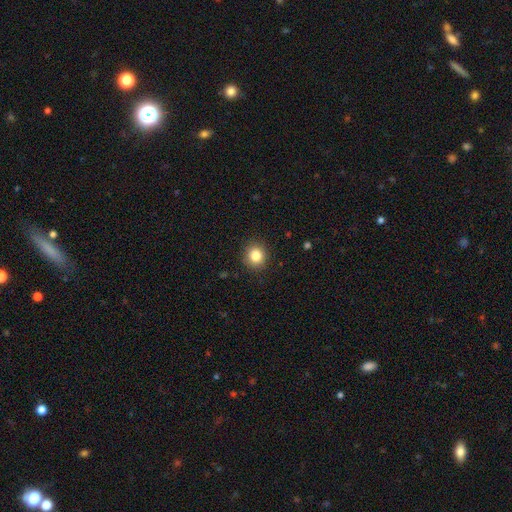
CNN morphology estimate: smooth 83%, star or artifact 11%, featured or disk 6%. Down the decision tree: how rounded — round (86%); merging — none (90%).